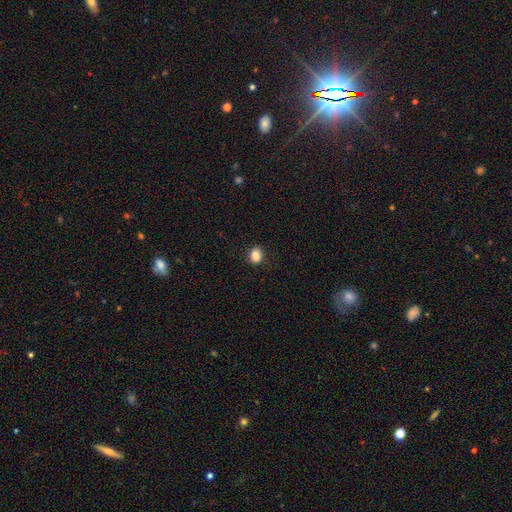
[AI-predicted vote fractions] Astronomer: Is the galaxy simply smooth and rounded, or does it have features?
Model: smooth — 86%.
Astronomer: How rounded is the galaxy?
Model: in between — 53% (runner-up: round, 46%).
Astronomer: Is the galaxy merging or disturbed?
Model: none — 87%.